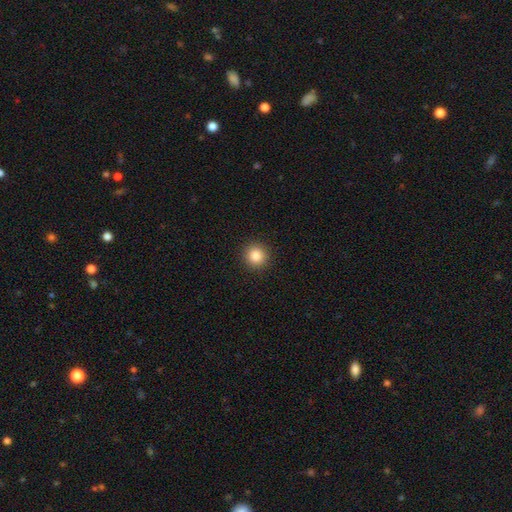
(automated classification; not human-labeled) Smooth or featured: smooth — 85% (star or artifact — 10%)
How rounded: round — 95% (in between — 4%)
Merging: none — 93% (minor disturbance — 5%)